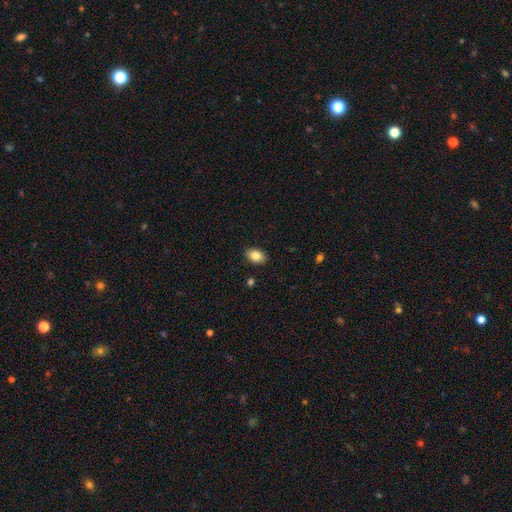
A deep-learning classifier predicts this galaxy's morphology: This appears to be a smooth galaxy with no disk features (84%) that is in between round and cigar-shaped (88%). Merging: none (89%).